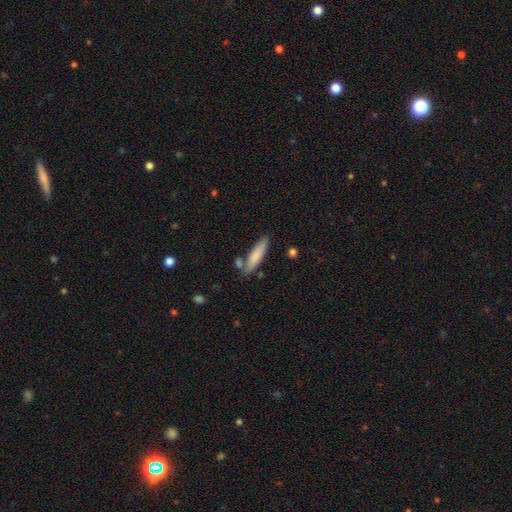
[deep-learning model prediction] Smooth or featured? Predicted: smooth (p=0.80). How rounded? Predicted: cigar-shaped (p=0.74). Merging? Predicted: none (p=0.72).